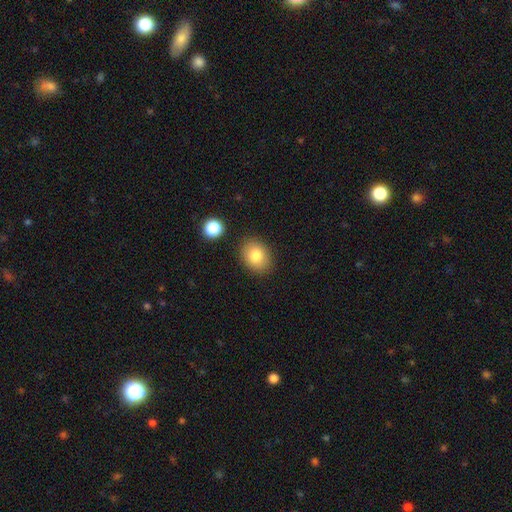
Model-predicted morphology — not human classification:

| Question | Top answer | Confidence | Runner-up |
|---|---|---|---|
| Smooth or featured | smooth | 81% | featured or disk (10%) |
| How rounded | in between | 52% | round (47%) |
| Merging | none | 85% | minor disturbance (9%) |